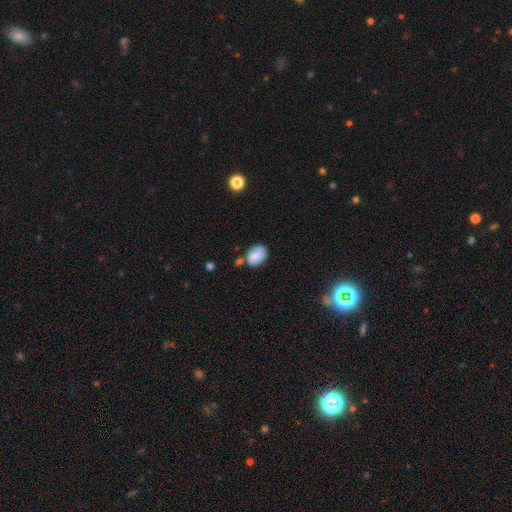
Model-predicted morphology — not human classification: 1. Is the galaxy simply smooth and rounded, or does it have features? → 66% smooth, 25% featured or disk, 9% star or artifact.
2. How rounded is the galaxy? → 73% in between, 26% round, 1% cigar-shaped.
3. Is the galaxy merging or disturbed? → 62% none, 22% minor disturbance, 11% merger, 5% major disturbance.